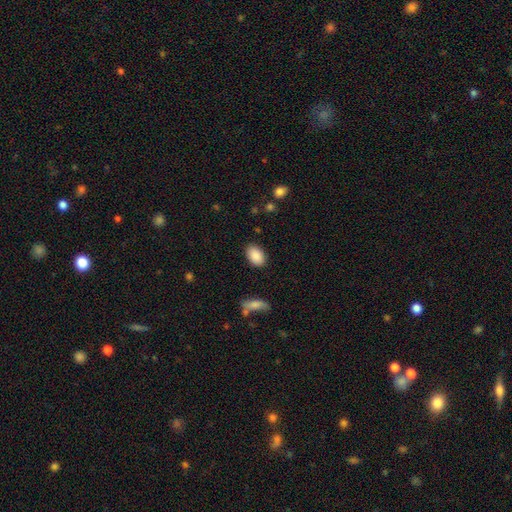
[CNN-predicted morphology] This appears to be a smooth galaxy with no disk features (89%) that is in between round and cigar-shaped (89%). Merging: none (87%).